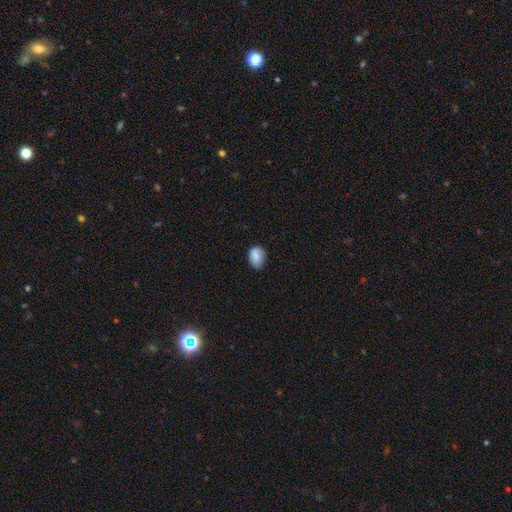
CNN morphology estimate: The model was most divided on "how rounded": in between: 67%, round: 32%, cigar-shaped: 1%. More confident: smooth or featured — smooth (85%); merging — none (68%).